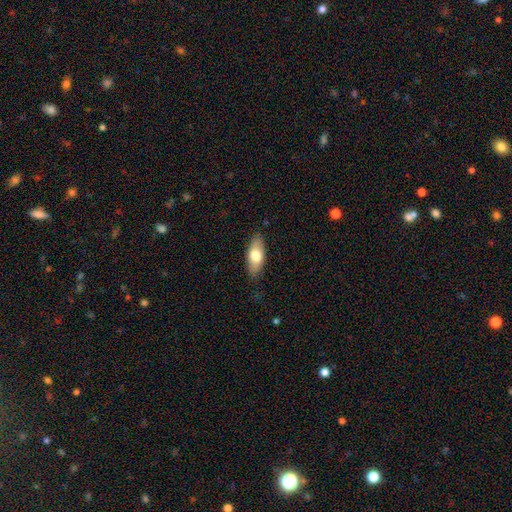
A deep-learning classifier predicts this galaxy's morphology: This is likely a smooth galaxy (73%). How rounded: clearly in between (83%). Merging: clearly none (84%).